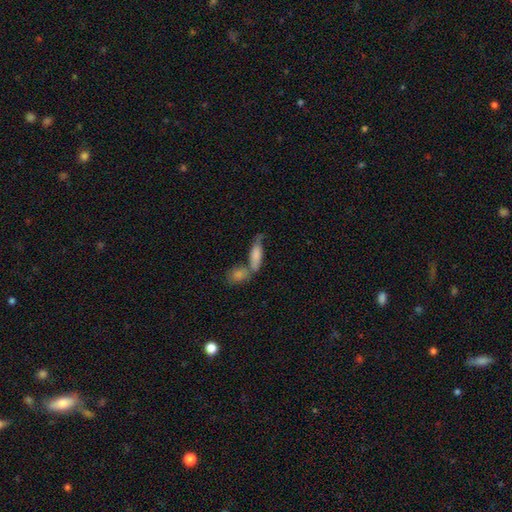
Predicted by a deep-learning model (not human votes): Smooth or featured? Predicted: smooth (p=0.78). How rounded? Predicted: in between (p=0.57). Merging? Predicted: none (p=0.39, tied with merger).